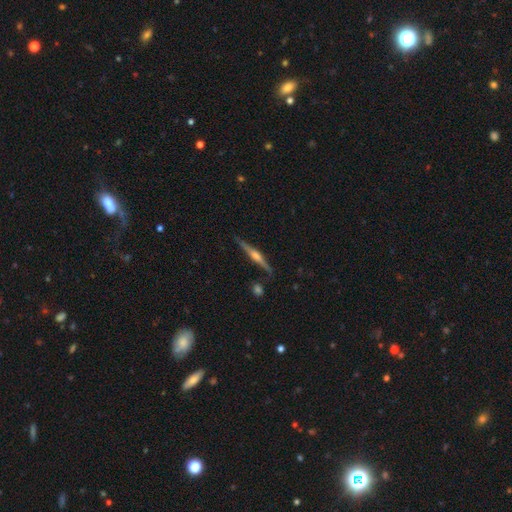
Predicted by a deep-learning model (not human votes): featured or disk 82%, smooth 12%, star or artifact 6%. Down the decision tree: edge-on disk — yes (98%); edge-on bulge — rounded (87%); merging — none (88%).